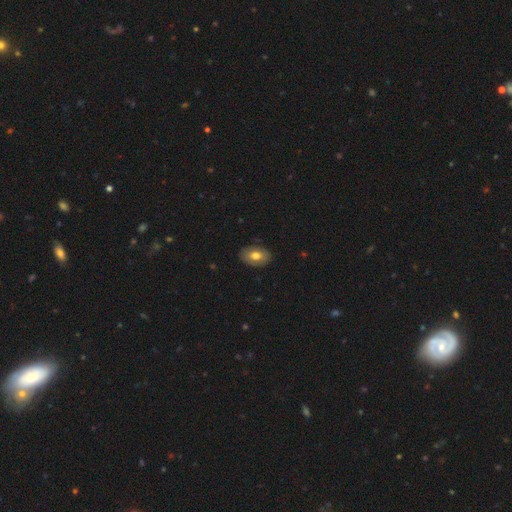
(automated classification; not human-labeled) A smooth galaxy with no disk features (66%) that is in between round and cigar-shaped (88%).

Vote fractions:
- Smooth or featured? smooth: 66% / featured or disk: 28% / star or artifact: 7%
- How rounded? in between: 88% / round: 11% / cigar-shaped: 1%
- Merging? none: 85% / minor disturbance: 12% / major disturbance: 3% / merger: 1%